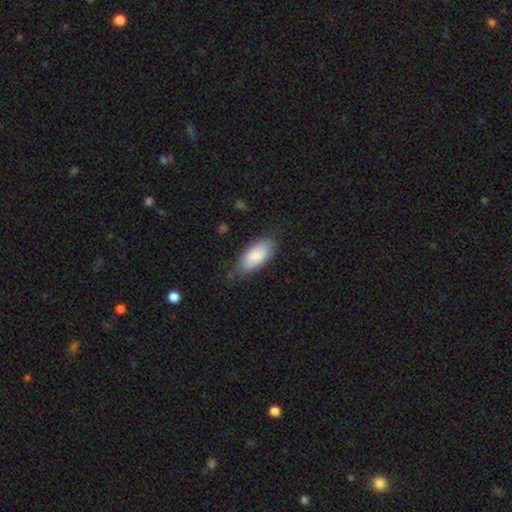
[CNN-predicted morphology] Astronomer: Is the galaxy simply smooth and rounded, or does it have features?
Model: smooth — 81%.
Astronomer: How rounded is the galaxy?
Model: in between — 90%.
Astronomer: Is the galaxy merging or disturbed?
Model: none — 69%.